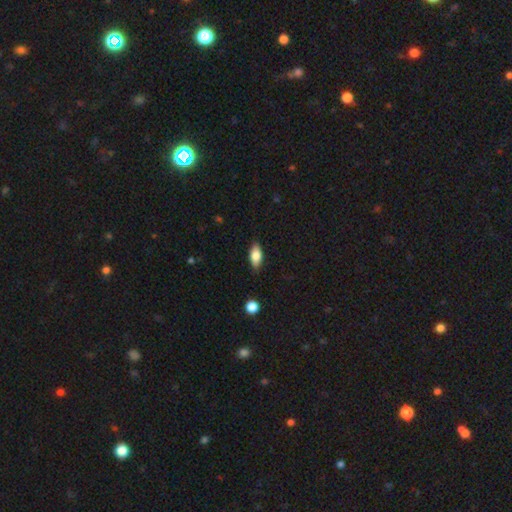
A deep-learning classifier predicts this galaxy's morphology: Smooth or featured?
  - smooth: 80% *
  - featured or disk: 13%
  - star or artifact: 7%
How rounded?
  - in between: 87% *
  - cigar-shaped: 10%
  - round: 4%
Merging?
  - none: 83% *
  - minor disturbance: 13%
  - major disturbance: 3%
  - merger: 1%